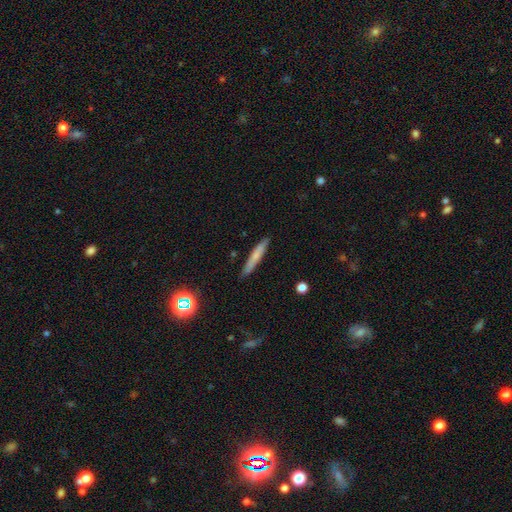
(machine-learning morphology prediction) type=smooth (64%); roundness=cigar-shaped (93%); merging=none (88%).